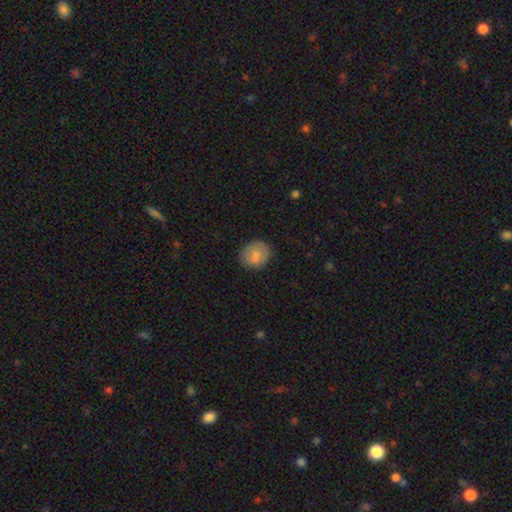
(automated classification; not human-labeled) Q: Smooth or featured?
A: smooth (78%); runner-up: featured or disk (14%)
Q: How rounded?
A: round (70%); runner-up: in between (29%)
Q: Merging?
A: none (76%); runner-up: minor disturbance (17%)